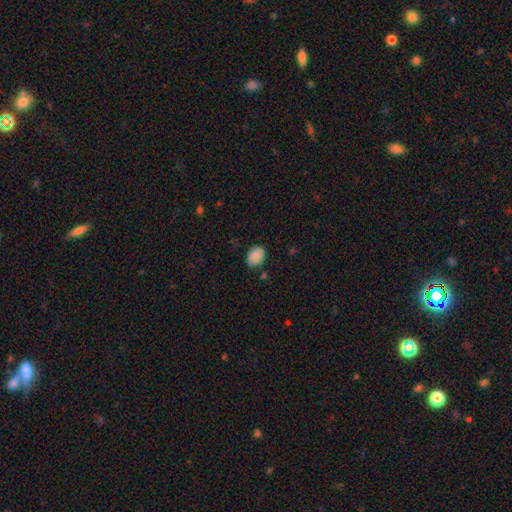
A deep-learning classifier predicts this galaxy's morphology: smooth-or-featured: smooth: 85% | star or artifact: 8% | featured or disk: 7%
  how-rounded: in between: 70% | round: 29% | cigar-shaped: 1%
  merging: none: 77% | minor disturbance: 18% | major disturbance: 3% | merger: 2%